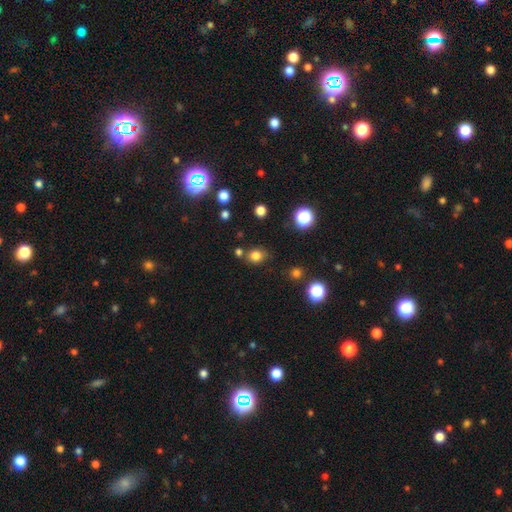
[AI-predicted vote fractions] Q: Smooth or featured?
A: smooth (79%); runner-up: star or artifact (15%)
Q: How rounded?
A: round (68%); runner-up: in between (31%)
Q: Merging?
A: none (74%); runner-up: minor disturbance (14%)